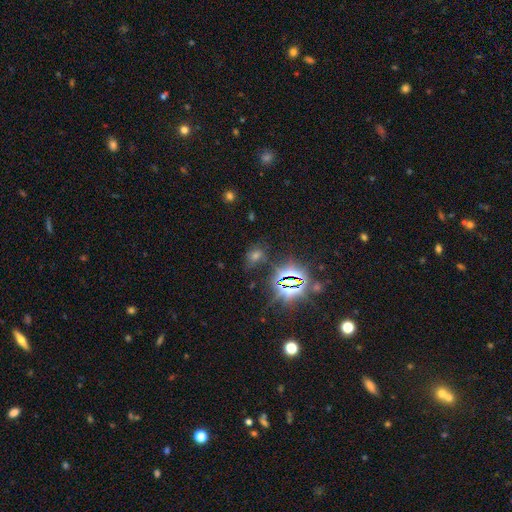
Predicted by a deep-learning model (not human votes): This appears to be a star or artifact, not a galaxy (61%).